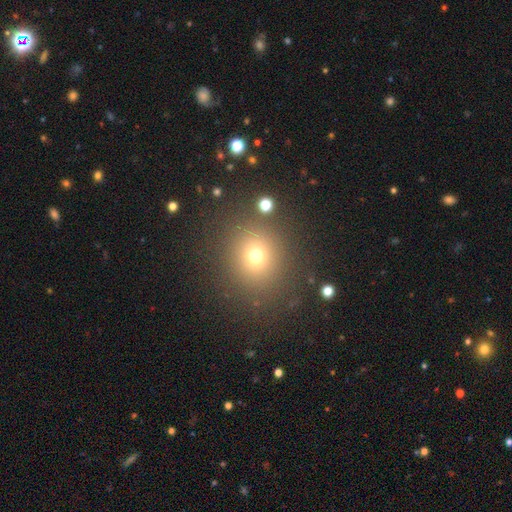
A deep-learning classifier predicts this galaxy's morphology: Smooth or featured? smooth (69%)
How rounded? round (83%)
Merging? none (85%)